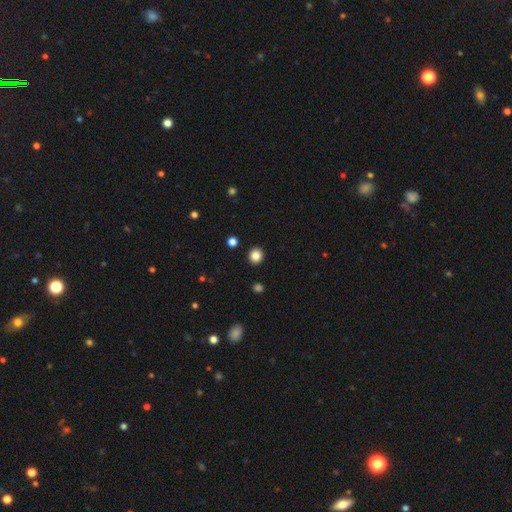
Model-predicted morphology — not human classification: smooth 85%, star or artifact 11%, featured or disk 4%. Down the decision tree: how rounded — round (90%); merging — none (92%).